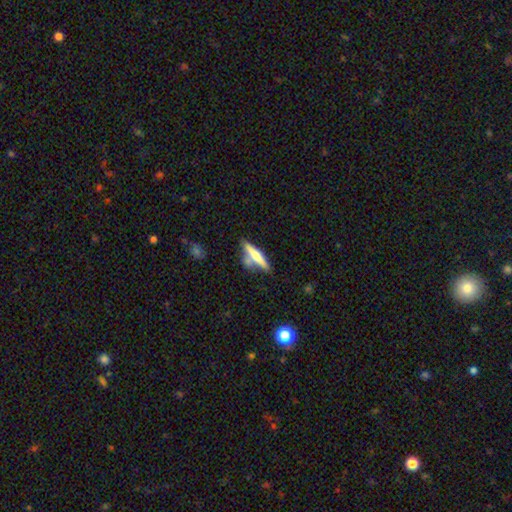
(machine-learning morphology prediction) Smooth or featured?
  - smooth: 50% *
  - featured or disk: 44%
  - star or artifact: 6%
Merging?
  - none: 62% *
  - merger: 18%
  - minor disturbance: 15%
  - major disturbance: 5%